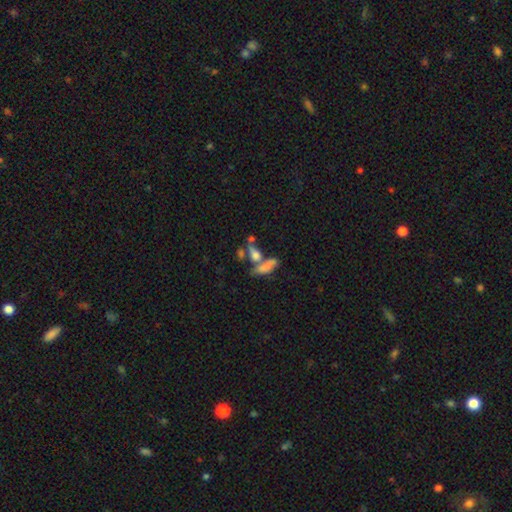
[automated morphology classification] Overall: smooth (60%; featured or disk 25%). How rounded: in between (57%; cigar-shaped 32%). Merging: merger (46%; none 33%).